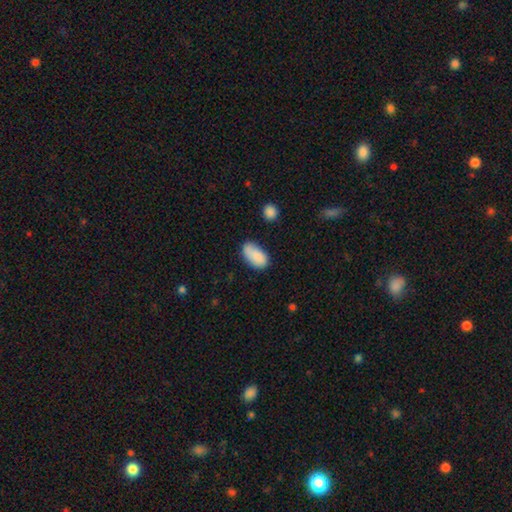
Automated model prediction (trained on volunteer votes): Smooth or featured? Predicted: smooth (p=0.85). How rounded? Predicted: in between (p=0.94). Merging? Predicted: none (p=0.65).